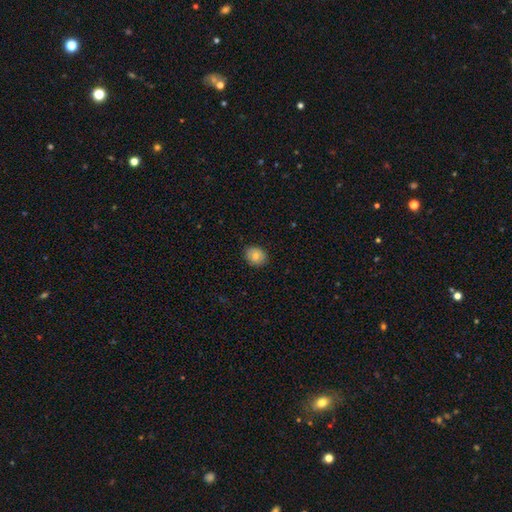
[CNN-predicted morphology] Smooth or featured? smooth (75%)
How rounded? round (58%)
Merging? none (86%)